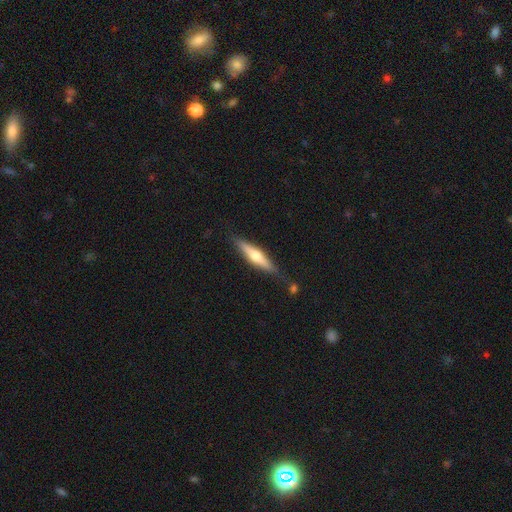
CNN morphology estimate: Smooth or featured: featured or disk — 51% (smooth — 43%)
Edge-on disk: yes — 93% (no — 7%)
Merging: none — 82% (minor disturbance — 13%)